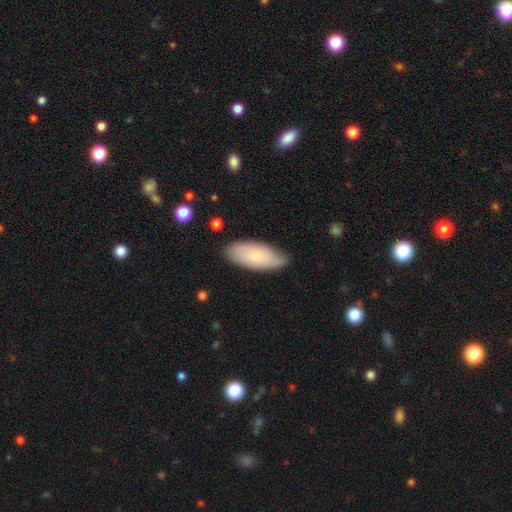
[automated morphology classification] Overall: smooth (71%). How rounded: in between (84%). Merging: none (77%).